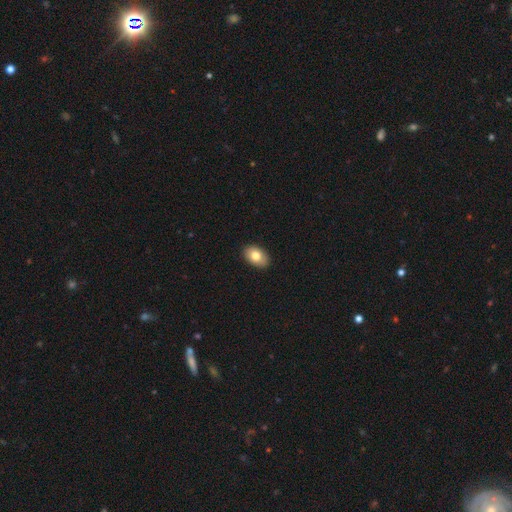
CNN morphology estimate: smooth 80%, featured or disk 13%, star or artifact 7%. Down the decision tree: how rounded — in between (87%); merging — none (90%).